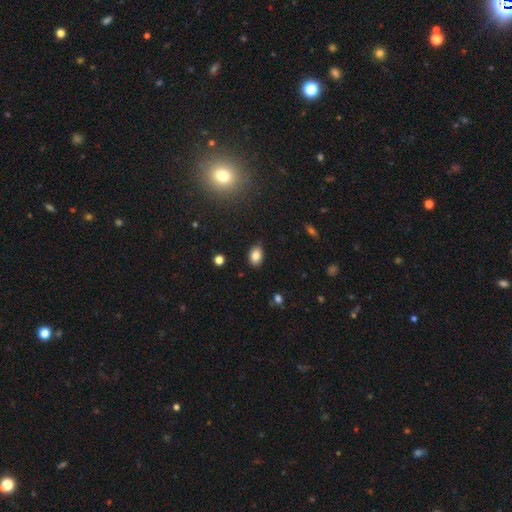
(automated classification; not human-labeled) smooth 83%, star or artifact 10%, featured or disk 8%. Down the decision tree: how rounded — in between (82%); merging — none (79%).